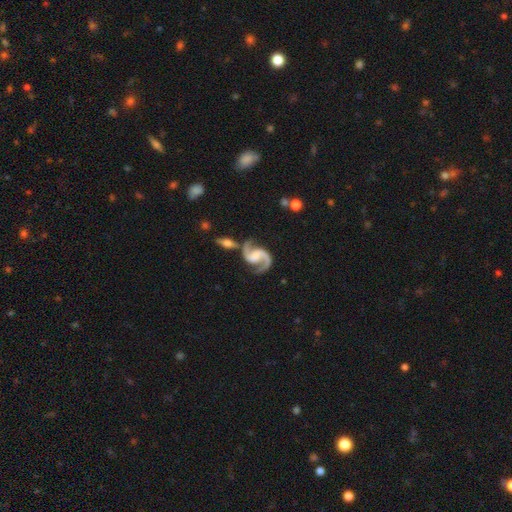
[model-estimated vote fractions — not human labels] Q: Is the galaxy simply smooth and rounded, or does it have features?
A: featured or disk — 93%.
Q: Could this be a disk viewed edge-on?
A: no — 98%.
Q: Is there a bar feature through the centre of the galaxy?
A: no — 44%.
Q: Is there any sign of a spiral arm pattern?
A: yes — 98%.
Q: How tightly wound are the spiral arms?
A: medium — 57%.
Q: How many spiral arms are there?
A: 2 — 94%.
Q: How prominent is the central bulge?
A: none — 49%.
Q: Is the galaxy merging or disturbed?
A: none — 65%.